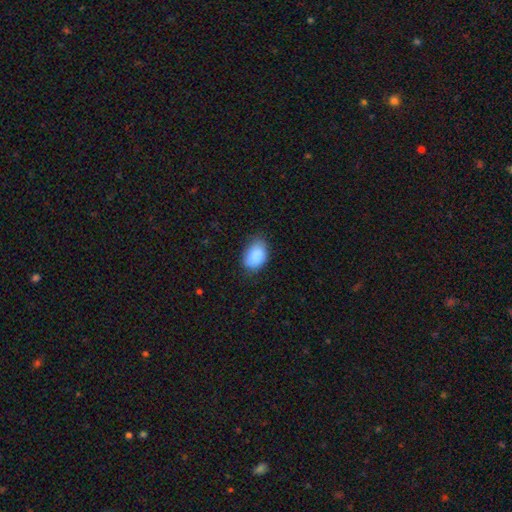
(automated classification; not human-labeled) smooth-or-featured: smooth: 88% | star or artifact: 7% | featured or disk: 5%
  how-rounded: in between: 84% | round: 15% | cigar-shaped: 1%
  merging: none: 68% | minor disturbance: 26% | major disturbance: 5% | merger: 1%